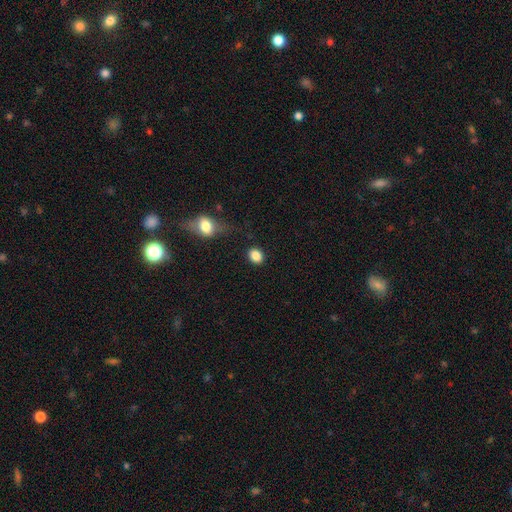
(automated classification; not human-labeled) smooth-or-featured: smooth: 85% | star or artifact: 9% | featured or disk: 5%
  how-rounded: round: 53% | in between: 46% | cigar-shaped: 1%
  merging: none: 84% | minor disturbance: 10% | major disturbance: 4% | merger: 3%